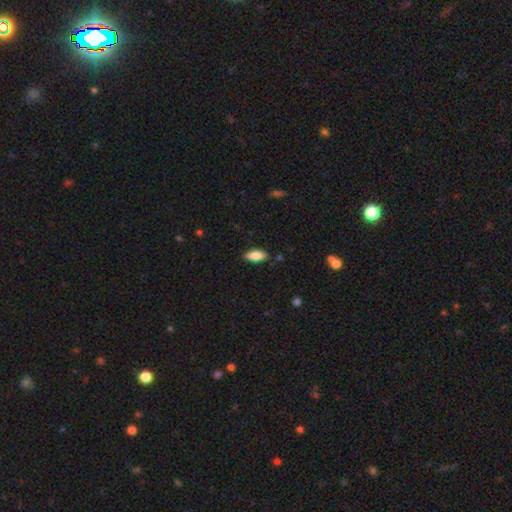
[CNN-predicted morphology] This appears to be a smooth galaxy with no disk features (81%) that is in between round and cigar-shaped (84%). Merging: none (87%).